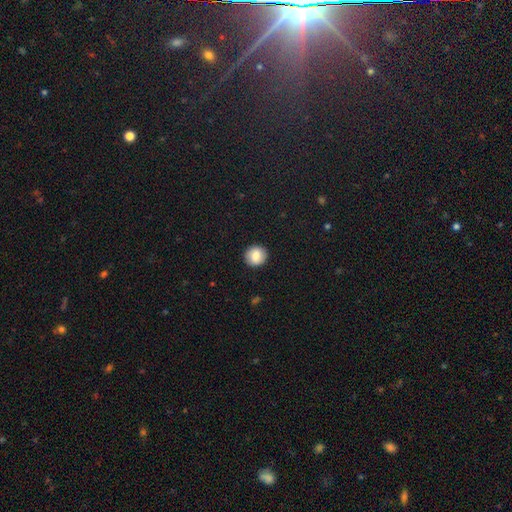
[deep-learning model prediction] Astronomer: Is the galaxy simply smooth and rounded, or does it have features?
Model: smooth — 80%.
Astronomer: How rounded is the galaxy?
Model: round — 90%.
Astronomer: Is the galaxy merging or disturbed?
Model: none — 91%.